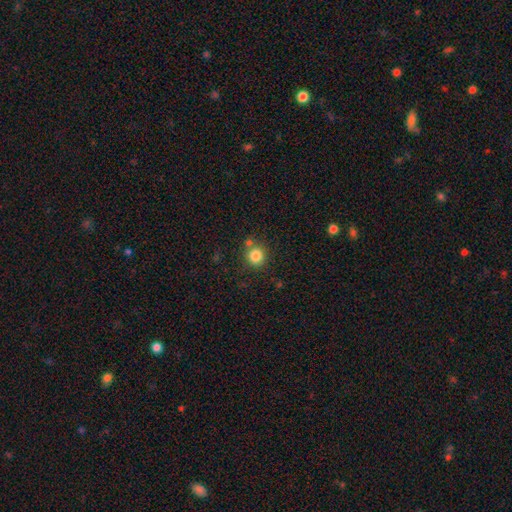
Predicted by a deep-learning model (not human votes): Q: Smooth or featured?
A: smooth (83%); runner-up: star or artifact (11%)
Q: How rounded?
A: round (90%); runner-up: in between (9%)
Q: Merging?
A: none (74%); runner-up: merger (13%)